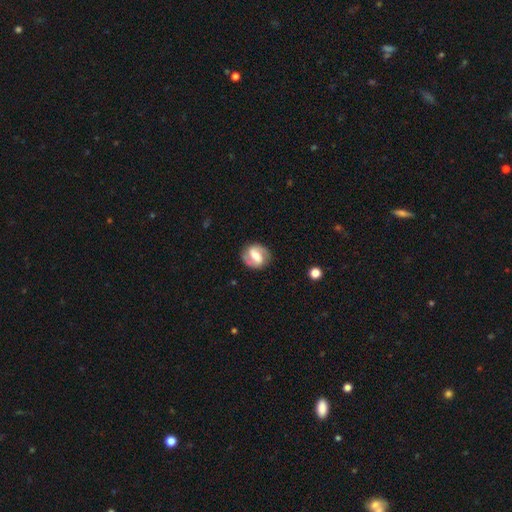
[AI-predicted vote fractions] Smooth or featured: featured or disk — 73% (smooth — 21%)
Edge-on disk: no — 97% (yes — 3%)
Bar: strong — 48% (weak — 36%)
Spiral arms: yes — 87% (no — 13%)
Spiral winding: medium — 46% (tight — 32%)
Spiral arm count: 2 — 89% (can't tell — 5%)
Bulge size: moderate — 56% (small — 24%)
Merging: none — 83% (minor disturbance — 11%)